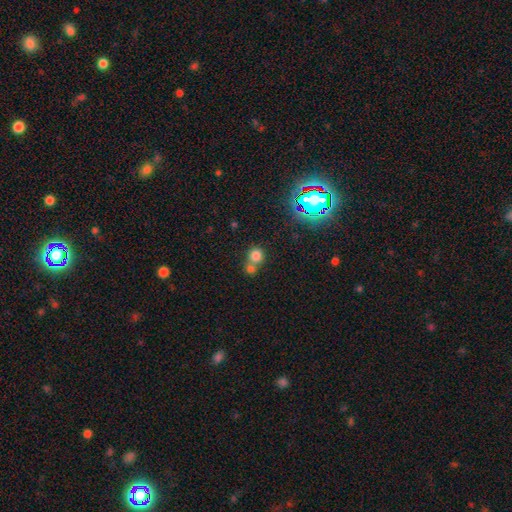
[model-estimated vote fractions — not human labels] smooth-or-featured: smooth: 76% | star or artifact: 16% | featured or disk: 8%
  how-rounded: round: 84% | in between: 15% | cigar-shaped: 1%
  merging: merger: 46% | none: 45% | minor disturbance: 7% | major disturbance: 3%